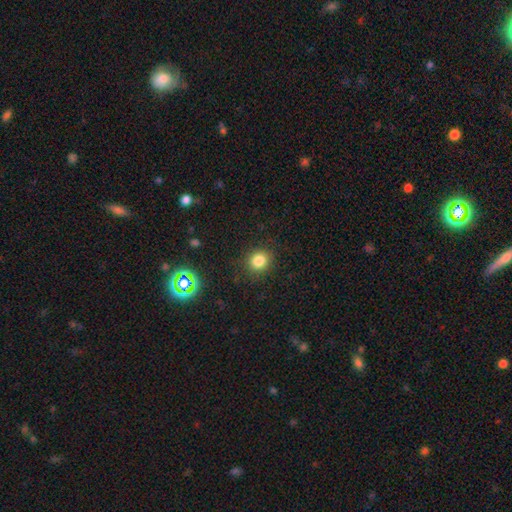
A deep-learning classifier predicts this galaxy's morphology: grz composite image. It shows a smooth galaxy with no disk features (61%) that is round (89%). Merging: none (90%).